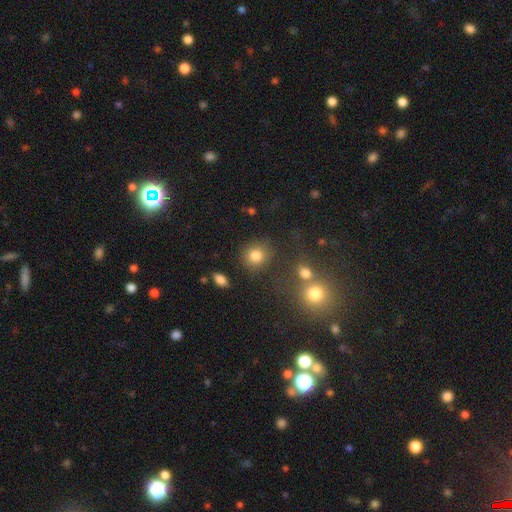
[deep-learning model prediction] A smooth galaxy with no disk features (81%) that is round (81%).

Vote fractions:
- Smooth or featured? smooth: 81% / star or artifact: 12% / featured or disk: 7%
- How rounded? round: 81% / in between: 18% / cigar-shaped: 1%
- Merging? none: 76% / minor disturbance: 12% / merger: 7% / major disturbance: 5%